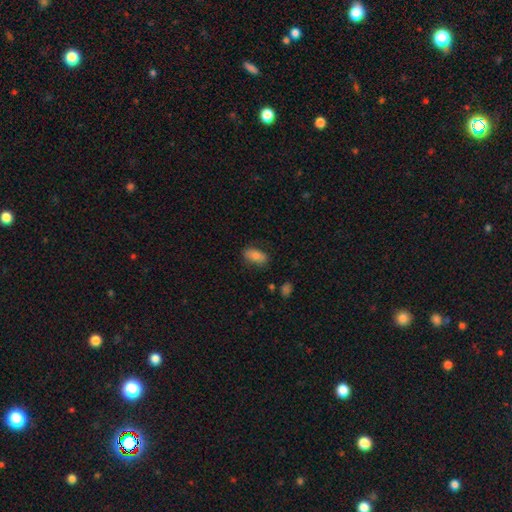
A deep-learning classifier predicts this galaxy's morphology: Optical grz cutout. It shows a smooth galaxy with no disk features (78%) that is in between round and cigar-shaped (91%). Merging: none (79%).